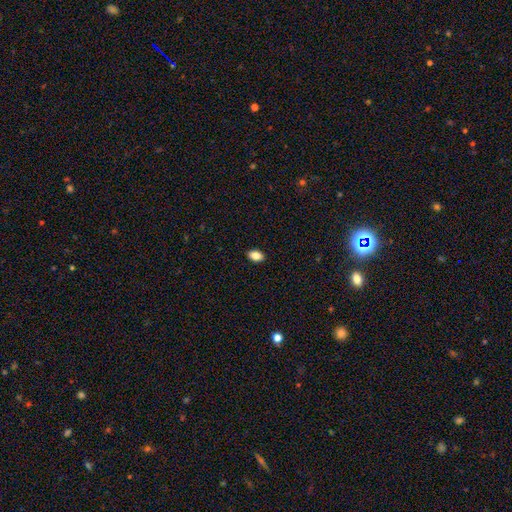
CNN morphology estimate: The model was most divided on "how rounded": in between: 87%, round: 12%, cigar-shaped: 2%. More confident: merging — none (90%); smooth or featured — smooth (86%).